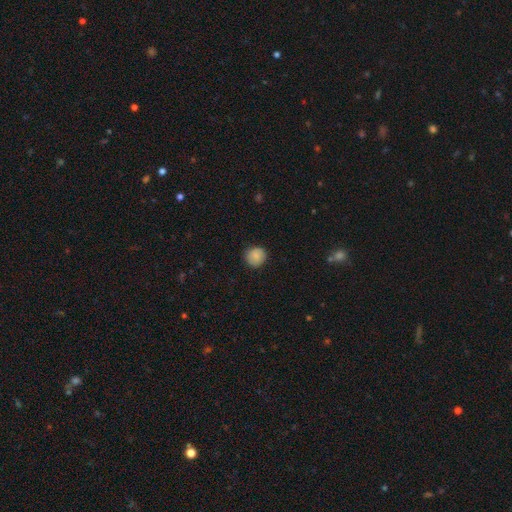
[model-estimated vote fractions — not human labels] Morphology: type=smooth (86%); roundness=round (90%); merging=none (86%).